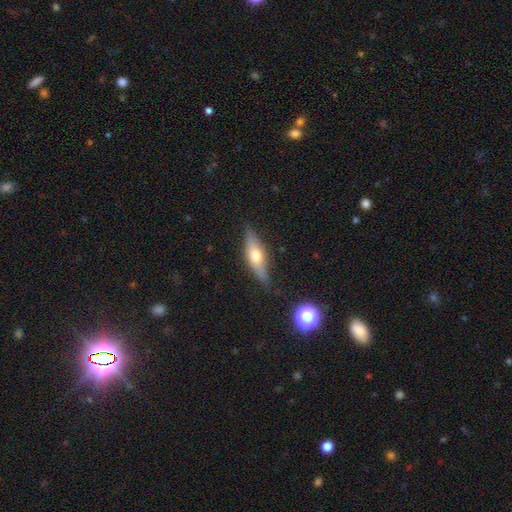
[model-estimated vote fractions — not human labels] A smooth galaxy with no disk features (50%) that is cigar-shaped (51%). Merging: none (80%).